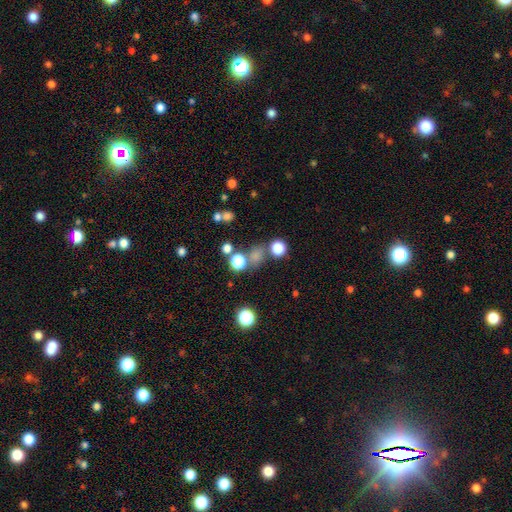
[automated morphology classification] This appears to be a smooth galaxy with no disk features (67%) that is round (76%). Merging: none (66%).